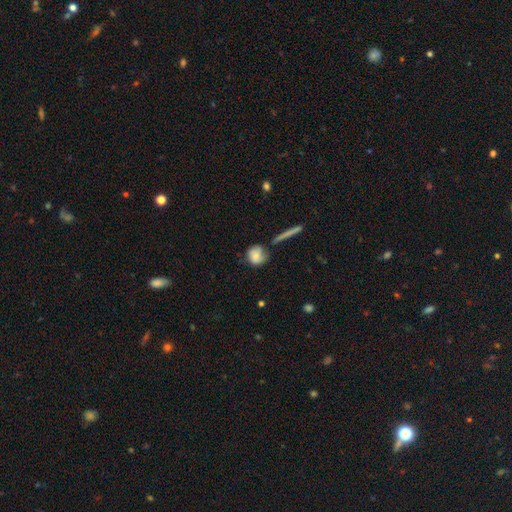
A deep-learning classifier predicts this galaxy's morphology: This is likely a smooth galaxy (68%). How rounded: likely round (73%). Merging: possibly none (50%).